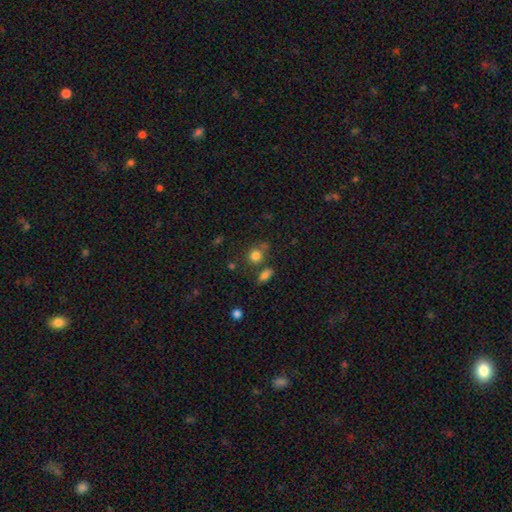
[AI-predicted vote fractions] A smooth galaxy with no disk features (81%) that is round (74%). Merging: none (64%).